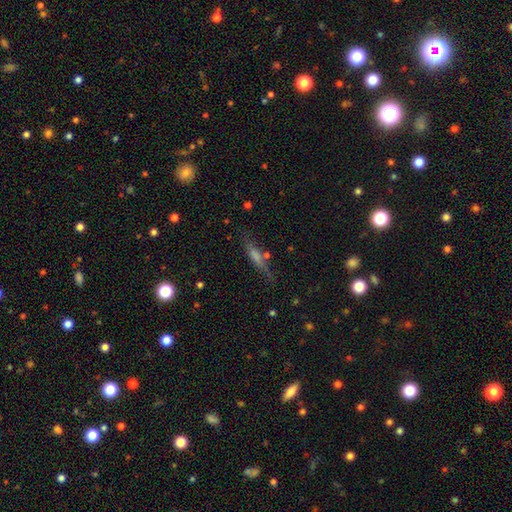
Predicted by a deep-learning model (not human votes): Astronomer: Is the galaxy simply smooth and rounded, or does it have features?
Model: smooth — 43% (runner-up: featured or disk, 42%).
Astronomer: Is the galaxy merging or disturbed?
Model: none — 71%.